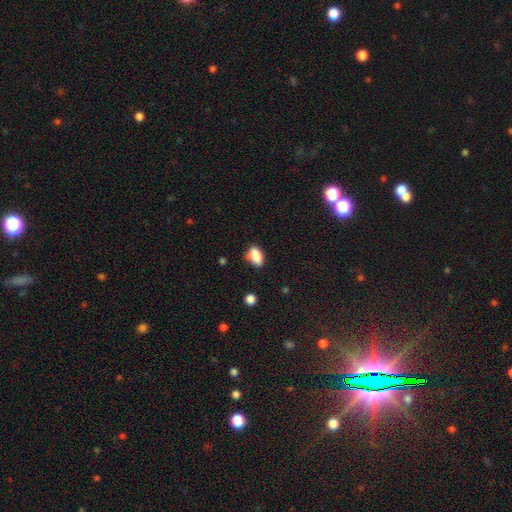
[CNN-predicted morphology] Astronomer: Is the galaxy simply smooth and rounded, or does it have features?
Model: smooth — 87%.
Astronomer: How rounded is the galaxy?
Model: in between — 89%.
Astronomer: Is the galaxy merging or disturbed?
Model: none — 72%.